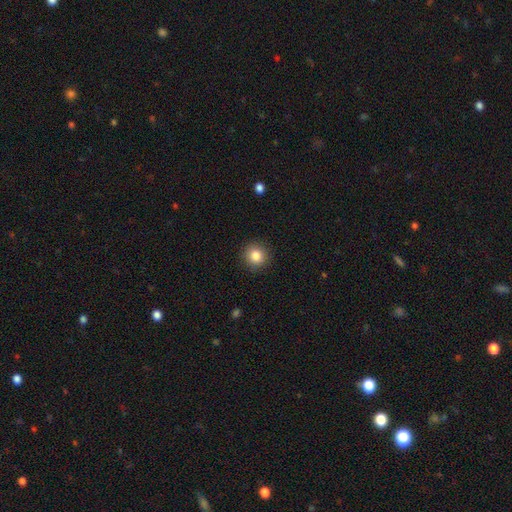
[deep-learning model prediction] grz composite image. It shows a smooth galaxy with no disk features (84%) that is round (92%). Merging: none (91%).